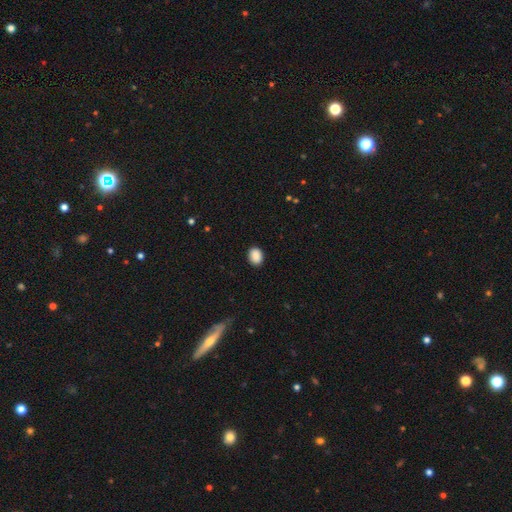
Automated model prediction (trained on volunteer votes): A smooth galaxy with no disk features (89%) that is in between round and cigar-shaped (59%).

Vote fractions:
- Smooth or featured? smooth: 89% / star or artifact: 8% / featured or disk: 3%
- How rounded? in between: 59% / round: 40% / cigar-shaped: 1%
- Merging? none: 90% / minor disturbance: 7% / major disturbance: 2% / merger: 1%